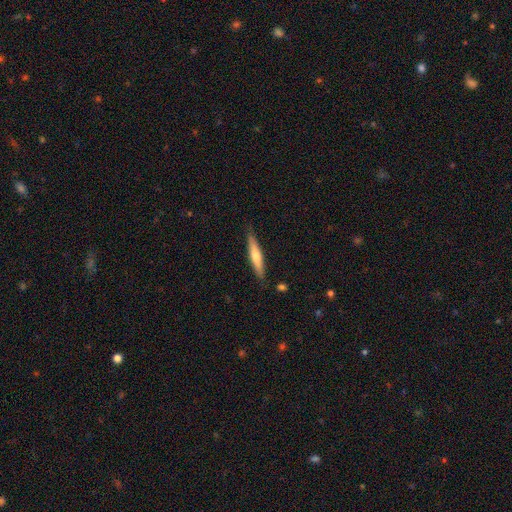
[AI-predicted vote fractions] smooth 51%, featured or disk 43%, star or artifact 6%. Down the decision tree: how rounded — cigar-shaped (87%); merging — none (85%).